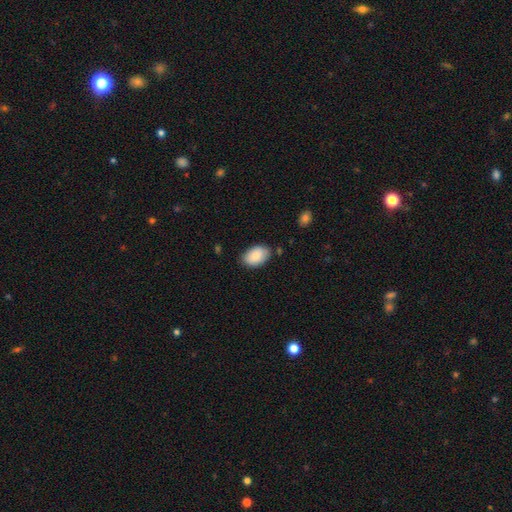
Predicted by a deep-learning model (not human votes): Overall: smooth (88%). How rounded: in between (92%). Merging: none (80%).